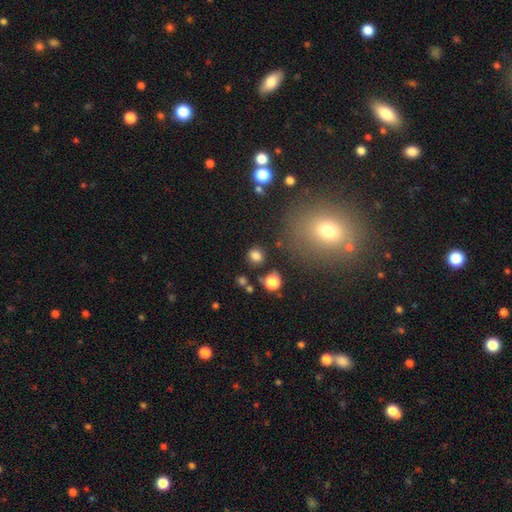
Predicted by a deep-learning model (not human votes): Overall: smooth (81%). How rounded: round (83%). Merging: none (86%).